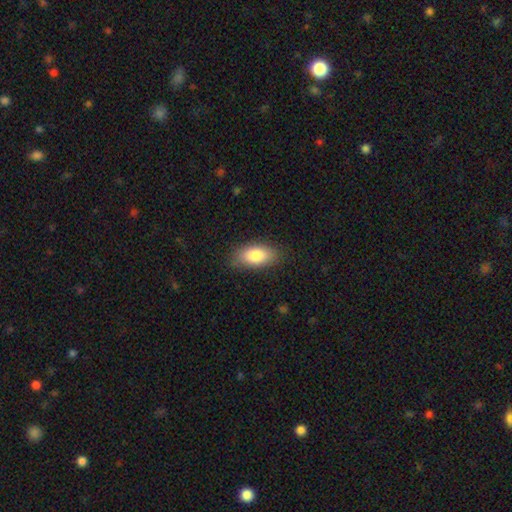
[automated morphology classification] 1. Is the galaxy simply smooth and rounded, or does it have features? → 83% smooth, 11% featured or disk, 7% star or artifact.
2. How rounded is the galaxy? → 90% in between, 7% cigar-shaped, 3% round.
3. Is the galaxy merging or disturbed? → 82% none, 14% minor disturbance, 3% major disturbance, 1% merger.